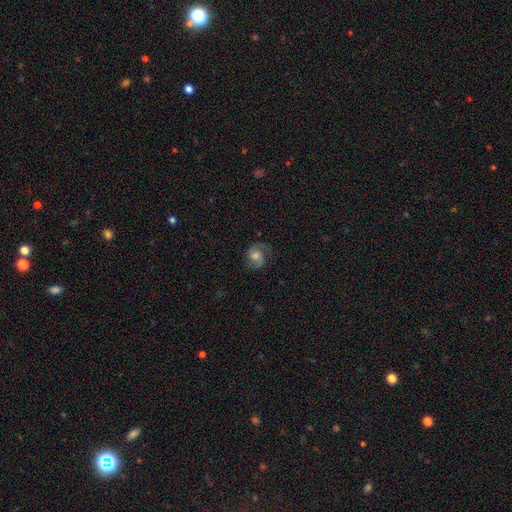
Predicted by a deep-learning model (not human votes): Q: Smooth or featured?
A: featured or disk (57%); runner-up: smooth (32%)
Q: Edge-on disk?
A: no (97%); runner-up: yes (3%)
Q: Bar?
A: no (68%); runner-up: weak (28%)
Q: Spiral arms?
A: yes (92%); runner-up: no (8%)
Q: Spiral winding?
A: medium (48%); runner-up: loose (32%)
Q: Spiral arm count?
A: 2 (83%); runner-up: 1 (7%)
Q: Bulge size?
A: moderate (51%); runner-up: large (22%)
Q: Merging?
A: none (68%); runner-up: minor disturbance (20%)